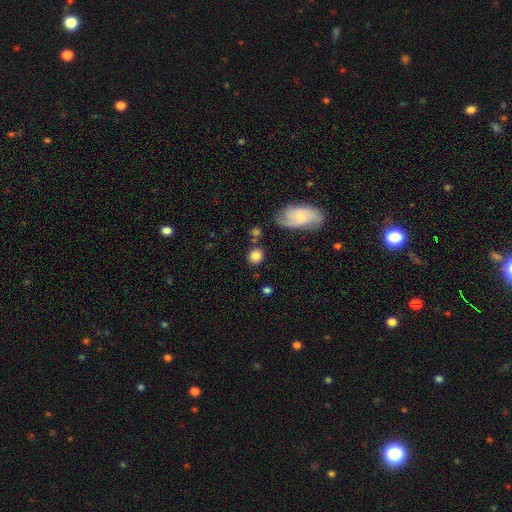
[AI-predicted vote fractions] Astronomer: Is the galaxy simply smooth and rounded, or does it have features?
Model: smooth — 81%.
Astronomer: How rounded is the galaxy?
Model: round — 83%.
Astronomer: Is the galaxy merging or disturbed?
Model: none — 77%.